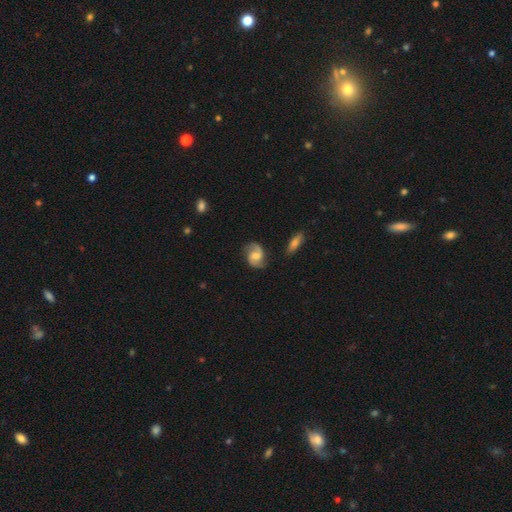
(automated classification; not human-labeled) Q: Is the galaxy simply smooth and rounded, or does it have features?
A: featured or disk — 81%.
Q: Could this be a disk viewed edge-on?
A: no — 97%.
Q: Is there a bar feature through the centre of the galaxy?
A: no — 50%.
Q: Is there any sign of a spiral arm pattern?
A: yes — 96%.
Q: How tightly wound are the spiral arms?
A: medium — 51%.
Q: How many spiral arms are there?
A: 2 — 92%.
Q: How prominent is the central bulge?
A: moderate — 56%.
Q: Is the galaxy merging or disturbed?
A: none — 80%.